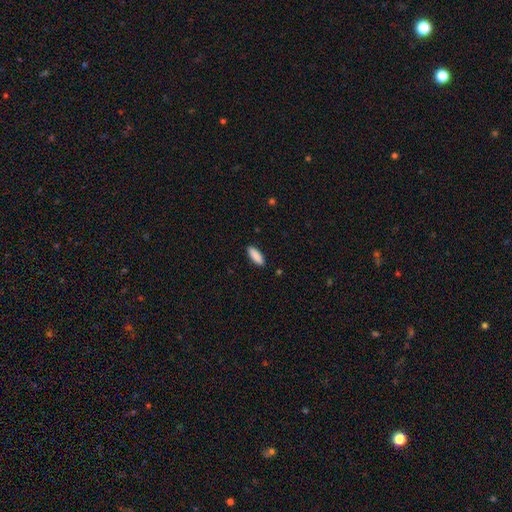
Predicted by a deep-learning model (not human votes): Q: Smooth or featured?
A: smooth (90%); runner-up: star or artifact (6%)
Q: How rounded?
A: in between (63%); runner-up: cigar-shaped (35%)
Q: Merging?
A: none (89%); runner-up: minor disturbance (8%)